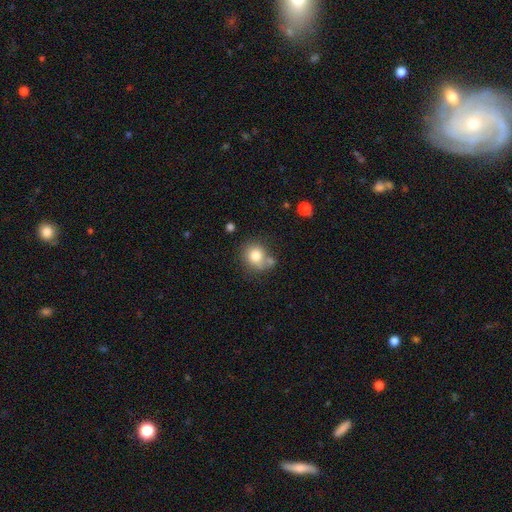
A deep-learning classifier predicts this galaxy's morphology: The model was most divided on "merging": none: 58%, minor disturbance: 19%, merger: 17%, major disturbance: 6%. More confident: how rounded — round (80%); smooth or featured — smooth (79%).